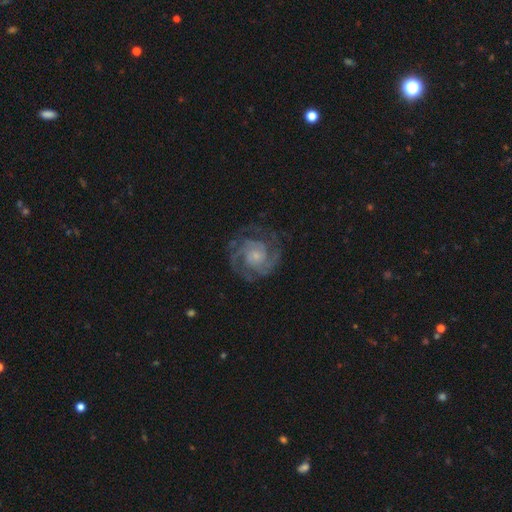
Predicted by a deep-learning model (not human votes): Smooth or featured: featured or disk — 89% (smooth — 6%)
Edge-on disk: no — 98% (yes — 2%)
Bar: no — 72% (weak — 23%)
Spiral arms: yes — 97% (no — 3%)
Spiral winding: tight — 61% (medium — 34%)
Spiral arm count: 2 — 45% (3 — 25%)
Bulge size: small — 63% (moderate — 24%)
Merging: none — 75% (minor disturbance — 15%)